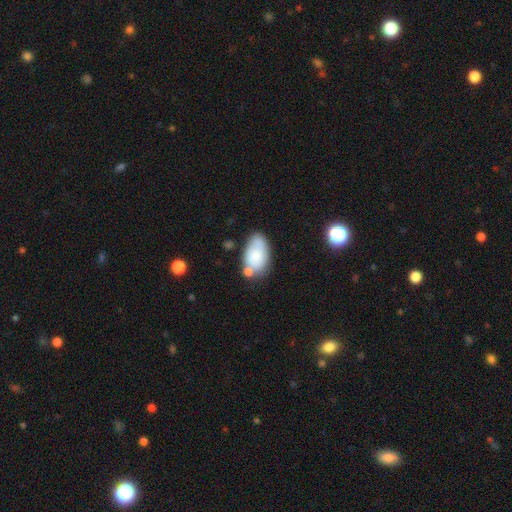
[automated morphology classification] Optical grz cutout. It shows a smooth galaxy with no disk features (73%) that is in between round and cigar-shaped (93%). Merging: none (50%).